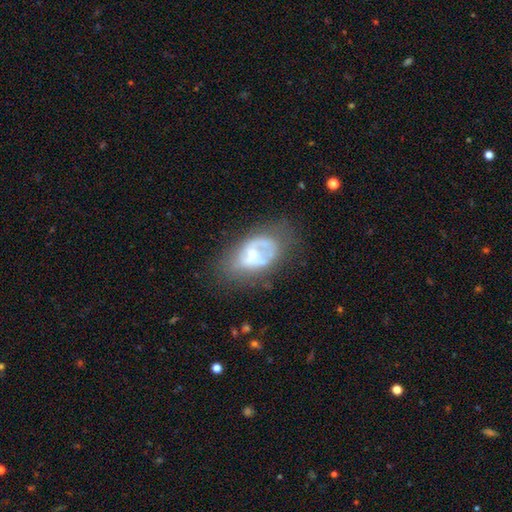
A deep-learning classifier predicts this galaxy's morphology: A featured or disk galaxy (59%) with no bar (68%), no spiral arms (62%) and a moderate central bulge (42%).

Vote fractions:
- Smooth or featured? featured or disk: 59% / smooth: 31% / star or artifact: 10%
- Edge-on disk? no: 95% / yes: 5%
- Bar? no: 68% / weak: 25% / strong: 7%
- Spiral arms? no: 62% / yes: 38%
- Bulge size? moderate: 42% / small: 39% / none: 11% / large: 6% / dominant: 2%
- Merging? none: 46% / minor disturbance: 26% / major disturbance: 22% / merger: 5%